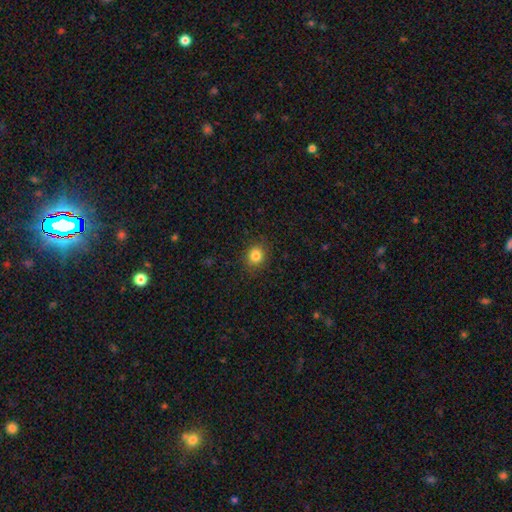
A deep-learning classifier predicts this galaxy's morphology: Smooth or featured? smooth (83%)
How rounded? round (74%)
Merging? none (87%)